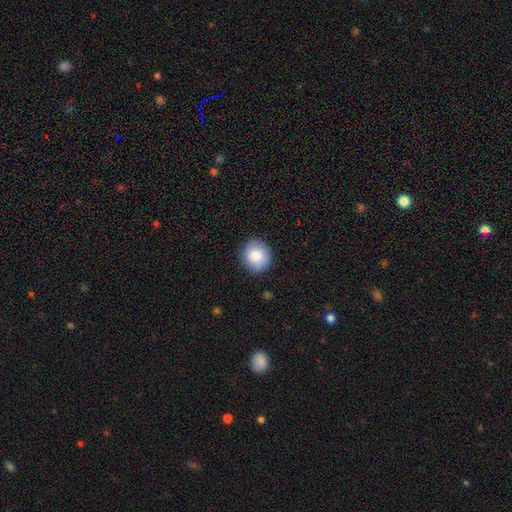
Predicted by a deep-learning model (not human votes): smooth-or-featured: smooth: 85% | featured or disk: 8% | star or artifact: 7%
  how-rounded: round: 81% | in between: 19% | cigar-shaped: 1%
  merging: none: 87% | minor disturbance: 10% | major disturbance: 2% | merger: 1%